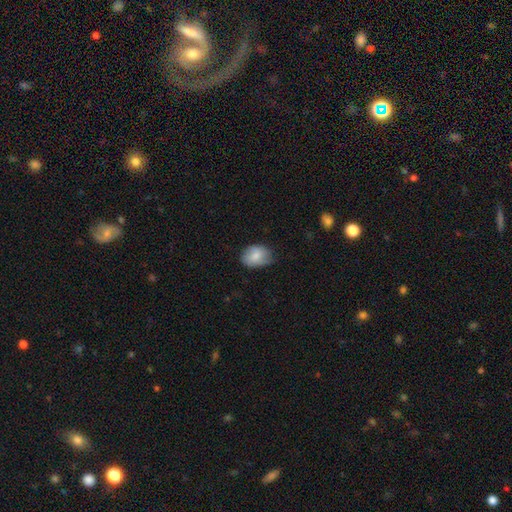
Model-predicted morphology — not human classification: Smooth or featured? smooth (77%)
How rounded? in between (73%)
Merging? none (61%)